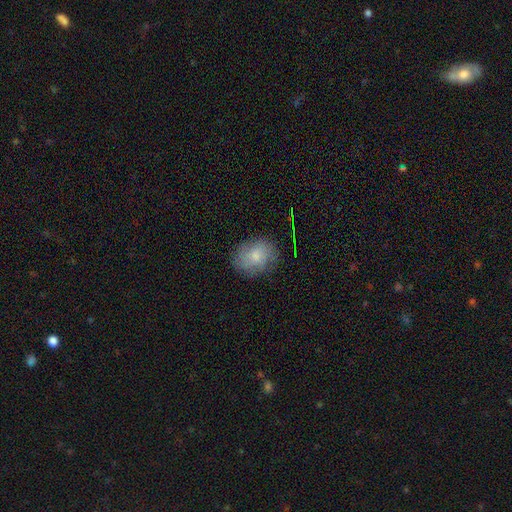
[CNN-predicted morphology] Smooth or featured?
  - smooth: 71% *
  - featured or disk: 19%
  - star or artifact: 10%
How rounded?
  - round: 53% *
  - in between: 46%
  - cigar-shaped: 1%
Merging?
  - none: 77% *
  - minor disturbance: 17%
  - major disturbance: 5%
  - merger: 1%